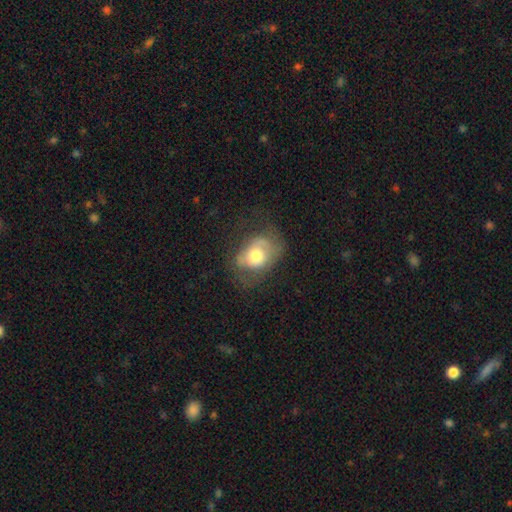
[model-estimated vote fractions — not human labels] smooth 52%, featured or disk 40%, star or artifact 8%. Down the decision tree: how rounded — in between (71%); merging — none (45%).